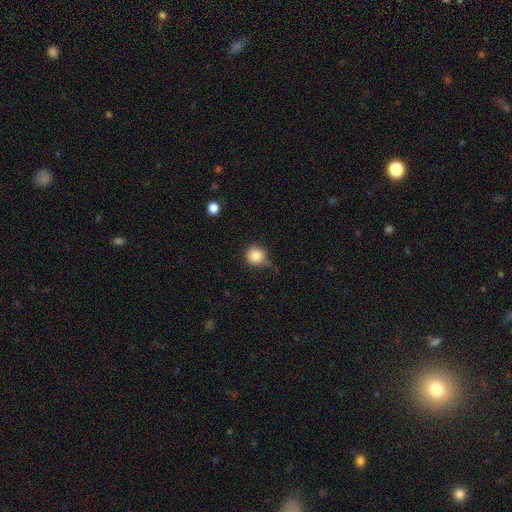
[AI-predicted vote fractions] A smooth galaxy with no disk features (83%) that is round (90%).

Vote fractions:
- Smooth or featured? smooth: 83% / star or artifact: 10% / featured or disk: 6%
- How rounded? round: 90% / in between: 9% / cigar-shaped: 1%
- Merging? none: 63% / minor disturbance: 28% / major disturbance: 6% / merger: 3%